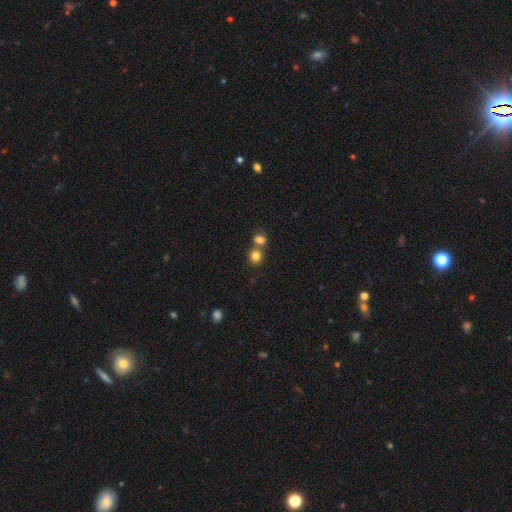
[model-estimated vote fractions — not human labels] This appears to be a smooth galaxy with no disk features (82%) that is round (84%). Merging: none (48%).